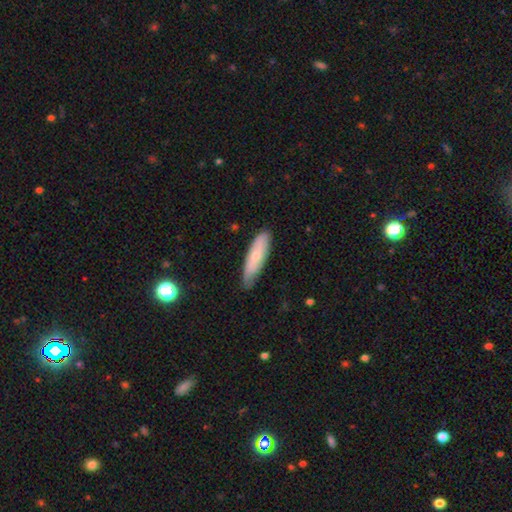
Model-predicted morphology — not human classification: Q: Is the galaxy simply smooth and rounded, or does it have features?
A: smooth — 68%.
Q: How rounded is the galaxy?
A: cigar-shaped — 63%.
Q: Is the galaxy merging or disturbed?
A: none — 74%.